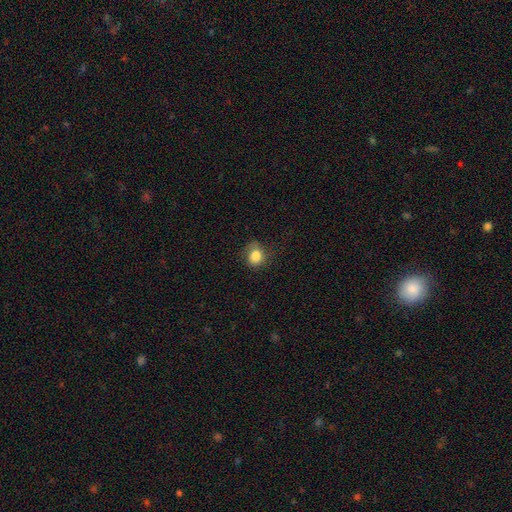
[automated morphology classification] A smooth galaxy with no disk features (82%) that is round (66%).

Vote fractions:
- Smooth or featured? smooth: 82% / star or artifact: 10% / featured or disk: 8%
- How rounded? round: 66% / in between: 34% / cigar-shaped: 1%
- Merging? none: 62% / minor disturbance: 25% / major disturbance: 11% / merger: 1%